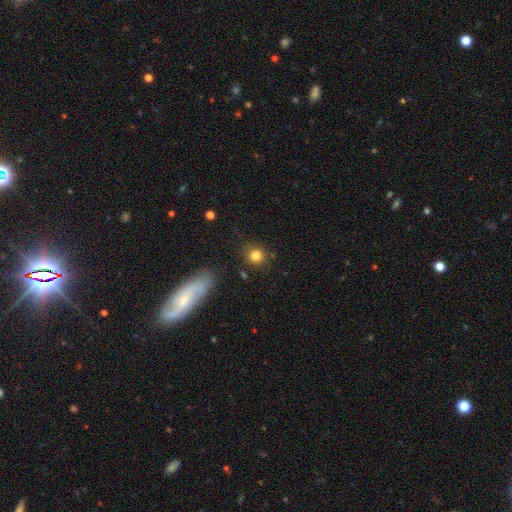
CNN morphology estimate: type=smooth (82%); roundness=round (87%); merging=none (82%).